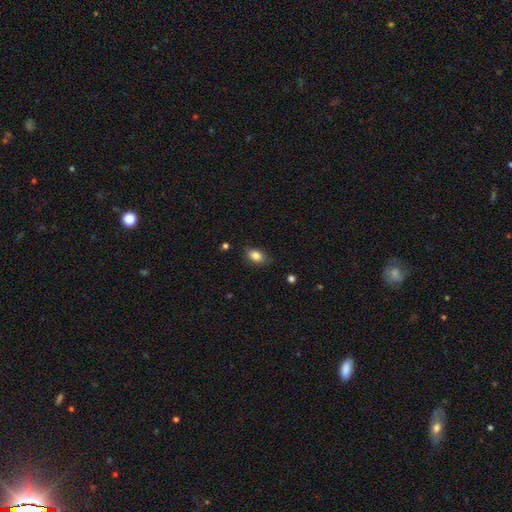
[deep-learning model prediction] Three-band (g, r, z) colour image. It shows a smooth galaxy with no disk features (83%) that is in between round and cigar-shaped (84%). Merging: none (81%).